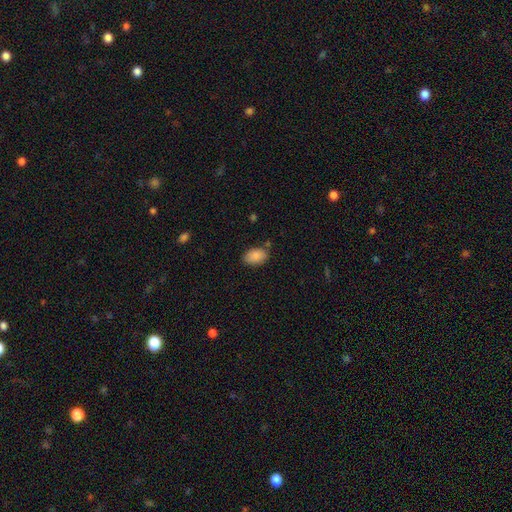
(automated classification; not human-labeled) Smooth or featured?
  - smooth: 88% *
  - star or artifact: 7%
  - featured or disk: 5%
How rounded?
  - in between: 90% *
  - round: 9%
  - cigar-shaped: 1%
Merging?
  - none: 77% *
  - minor disturbance: 16%
  - merger: 4%
  - major disturbance: 3%